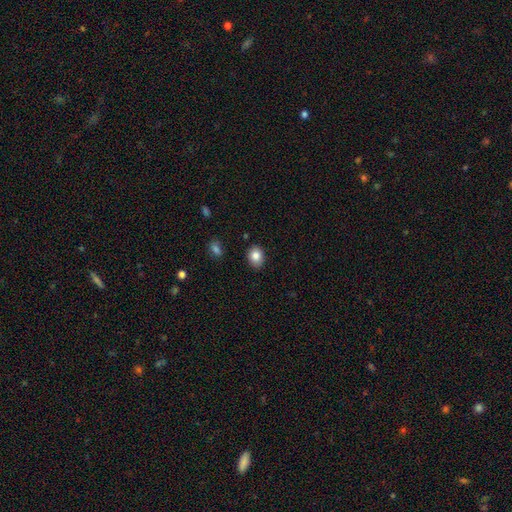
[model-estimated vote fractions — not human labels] A smooth galaxy with no disk features (84%) that is in between round and cigar-shaped (58%). Merging: none (86%).